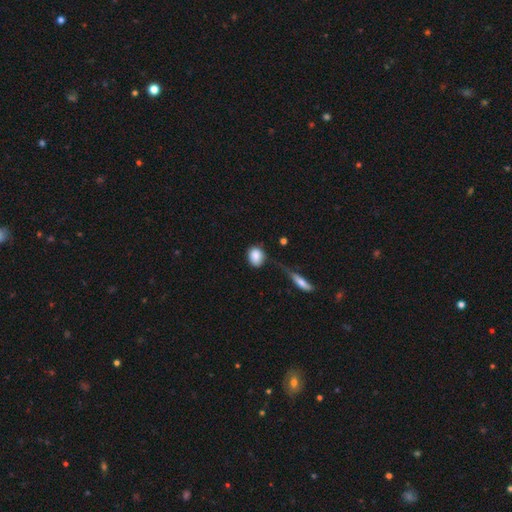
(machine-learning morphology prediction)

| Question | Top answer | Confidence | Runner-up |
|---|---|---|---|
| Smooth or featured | smooth | 86% | star or artifact (7%) |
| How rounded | round | 57% | in between (41%) |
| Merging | none | 58% | minor disturbance (25%) |